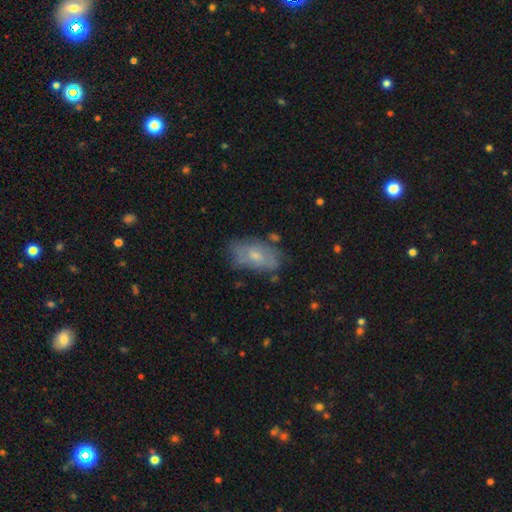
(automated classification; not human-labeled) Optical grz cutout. It shows a smooth galaxy with no disk features (52%) that is in between round and cigar-shaped (90%). Merging: none (63%).